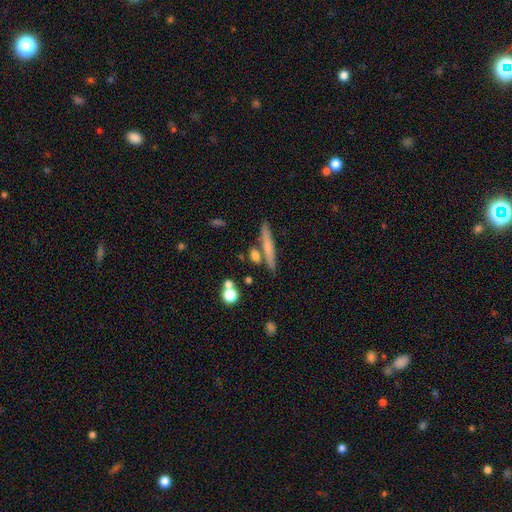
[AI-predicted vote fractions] Overall: smooth (65%; featured or disk 27%). How rounded: cigar-shaped (71%). Merging: none (72%).